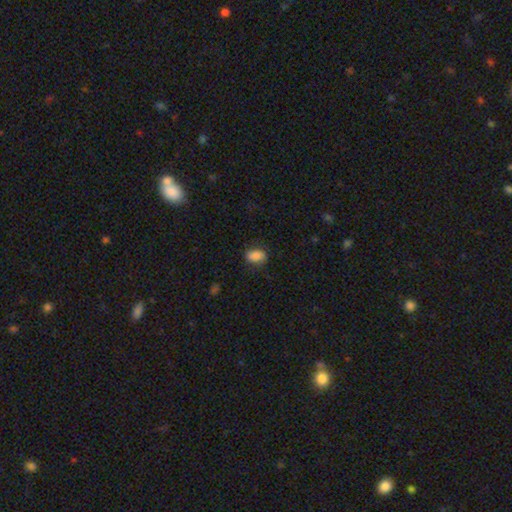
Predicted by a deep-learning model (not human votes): Smooth or featured? Predicted: smooth (p=0.81). How rounded? Predicted: in between (p=0.84). Merging? Predicted: none (p=0.74).